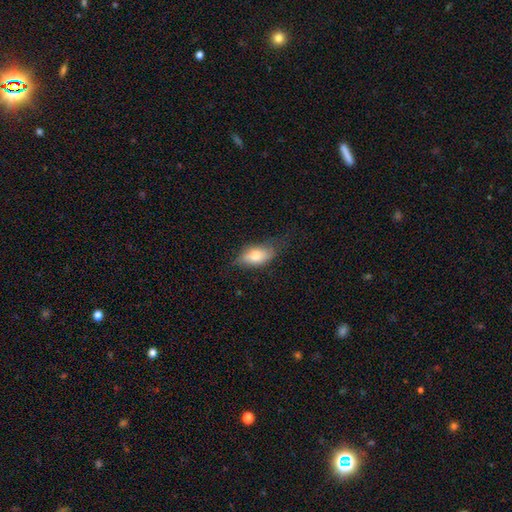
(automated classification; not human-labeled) The model was most divided on "merging": none: 58%, minor disturbance: 30%, major disturbance: 11%, merger: 1%. More confident: how rounded — in between (90%); smooth or featured — smooth (76%).